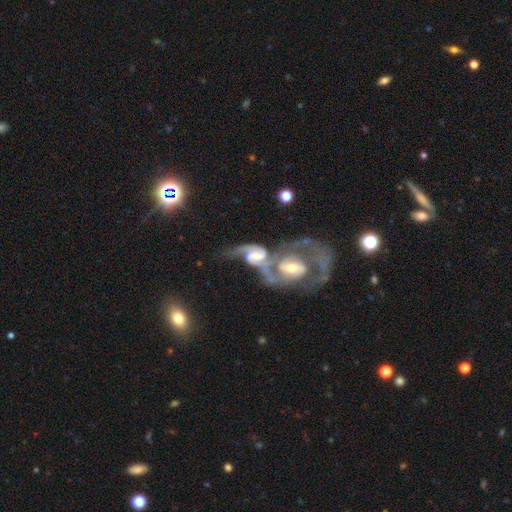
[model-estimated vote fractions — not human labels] Morphology: type=featured or disk (86%); edge-on=no (97%); bar=weak (45%); spiral arms=yes (94%); winding=medium (45%); arm count=2 (85%); bulge=moderate (45%); merging=merger (74%).